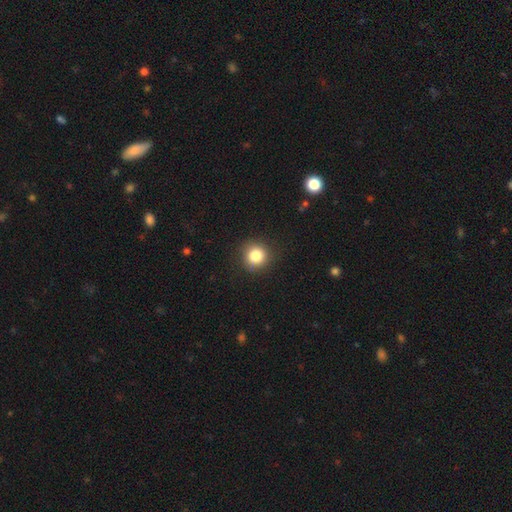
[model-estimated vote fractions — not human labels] A smooth galaxy with no disk features (83%) that is round (92%). Merging: none (89%).